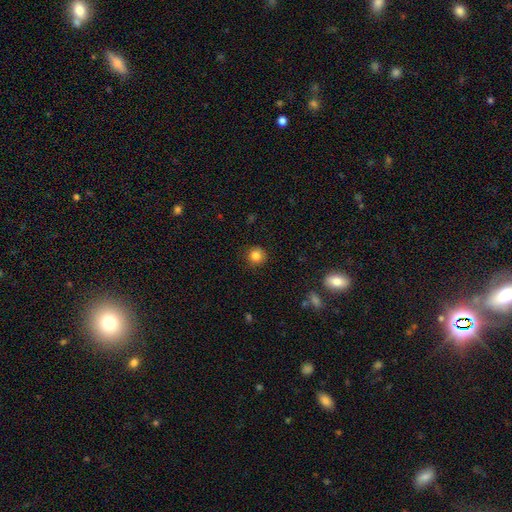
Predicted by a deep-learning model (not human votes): This appears to be a smooth galaxy with no disk features (84%) that is round (93%). Merging: none (90%).